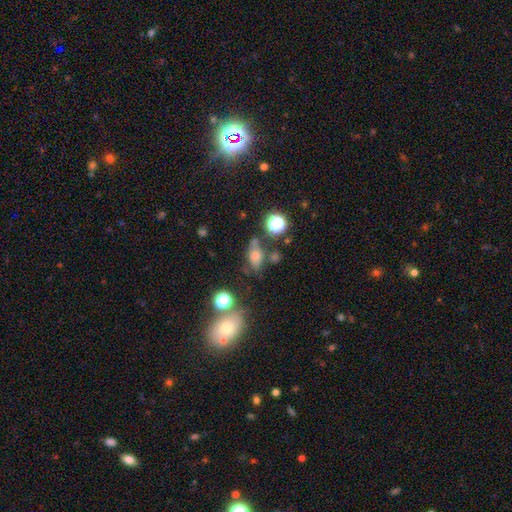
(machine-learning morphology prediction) smooth-or-featured: smooth: 63% | star or artifact: 19% | featured or disk: 17%
  how-rounded: in between: 67% | round: 24% | cigar-shaped: 8%
  merging: none: 50% | minor disturbance: 23% | merger: 14% | major disturbance: 13%